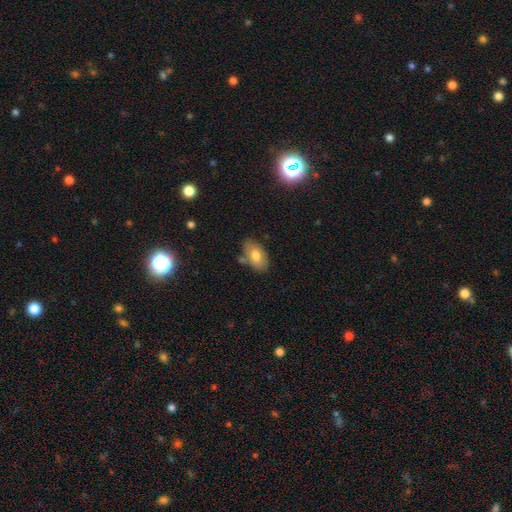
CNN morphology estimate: Smooth or featured? Predicted: smooth (p=0.76). How rounded? Predicted: in between (p=0.92). Merging? Predicted: none (p=0.72).